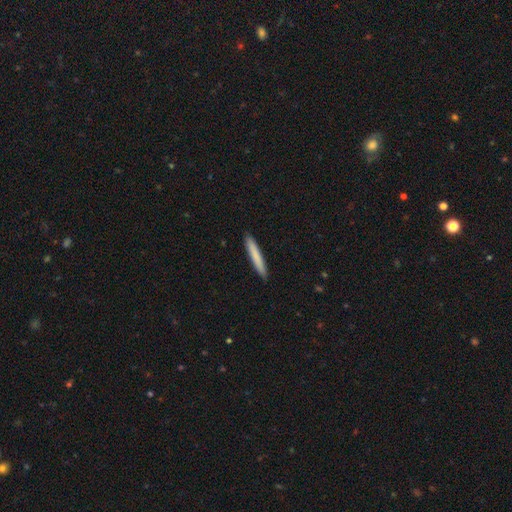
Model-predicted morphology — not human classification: The model was most divided on "smooth or featured": smooth: 79%, featured or disk: 16%, star or artifact: 5%. More confident: how rounded — cigar-shaped (95%); merging — none (91%).